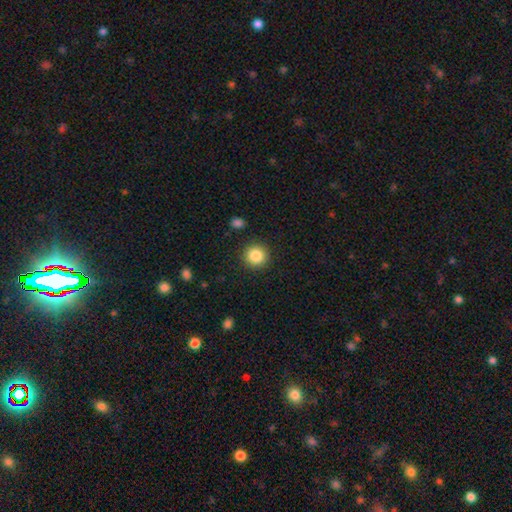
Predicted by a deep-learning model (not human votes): smooth-or-featured: smooth: 85% | star or artifact: 10% | featured or disk: 5%
  how-rounded: round: 94% | in between: 5% | cigar-shaped: 1%
  merging: none: 90% | minor disturbance: 6% | major disturbance: 2% | merger: 1%